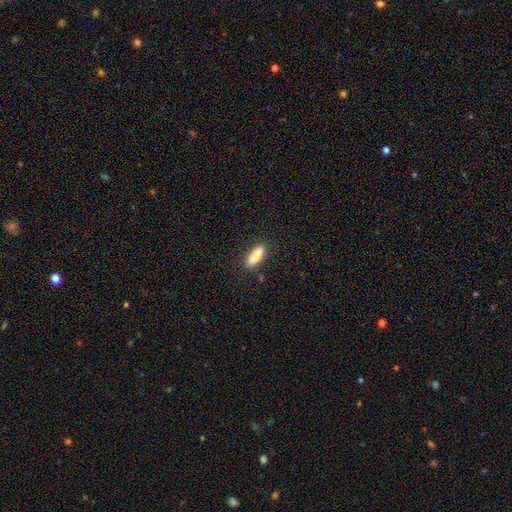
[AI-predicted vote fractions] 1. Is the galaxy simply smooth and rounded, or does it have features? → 85% smooth, 8% featured or disk, 7% star or artifact.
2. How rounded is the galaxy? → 64% cigar-shaped, 34% in between, 2% round.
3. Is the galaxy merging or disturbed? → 86% none, 10% minor disturbance, 3% major disturbance, 2% merger.